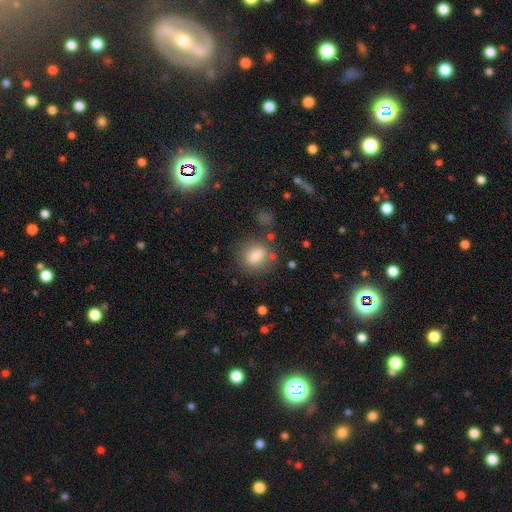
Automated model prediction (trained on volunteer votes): Overall: smooth (79%). How rounded: in between (51%; round 47%). Merging: none (73%).